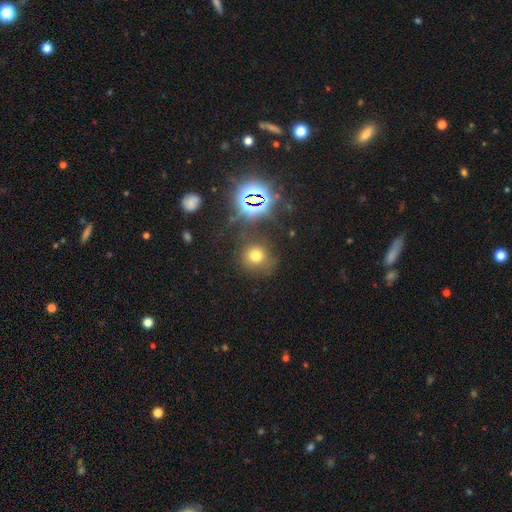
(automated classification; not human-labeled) This appears to be a smooth galaxy with no disk features (65%) that is round (86%). Merging: none (76%).